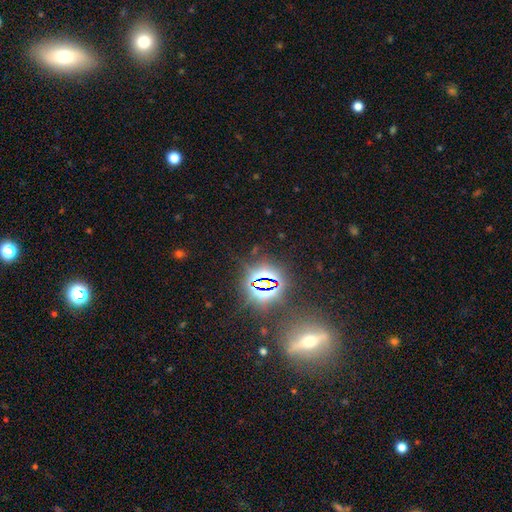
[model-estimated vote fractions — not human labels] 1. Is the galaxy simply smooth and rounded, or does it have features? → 72% star or artifact, 14% featured or disk, 14% smooth.